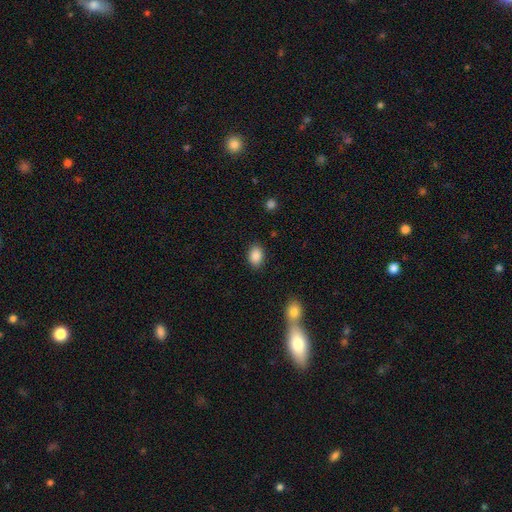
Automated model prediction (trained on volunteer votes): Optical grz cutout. It shows a smooth galaxy with no disk features (88%) that is in between round and cigar-shaped (79%). Merging: none (87%).